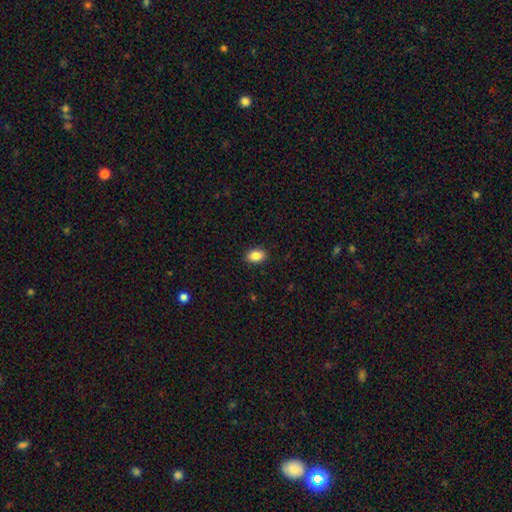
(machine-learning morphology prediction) Q: Smooth or featured?
A: smooth (87%); runner-up: star or artifact (8%)
Q: How rounded?
A: in between (87%); runner-up: round (12%)
Q: Merging?
A: none (90%); runner-up: minor disturbance (7%)